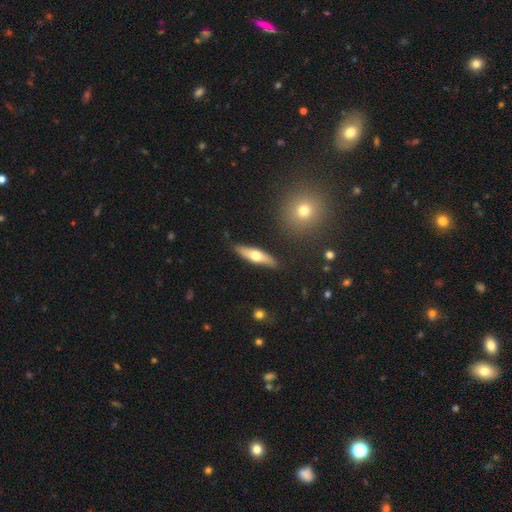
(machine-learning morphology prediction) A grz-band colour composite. It shows a featured or disk galaxy (49%). Merging: none (86%).